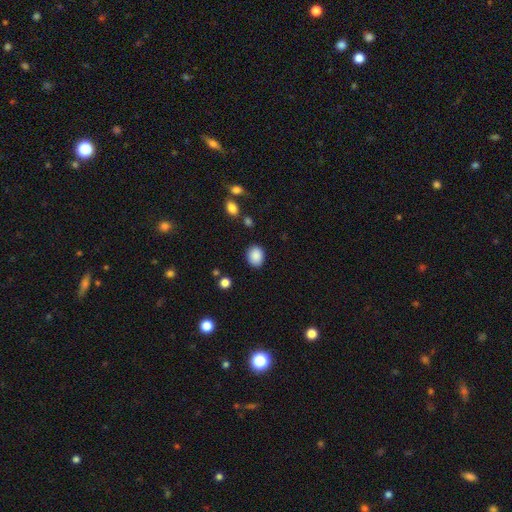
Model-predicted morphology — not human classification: smooth 88%, star or artifact 8%, featured or disk 4%. Down the decision tree: how rounded — in between (52%); merging — none (86%).